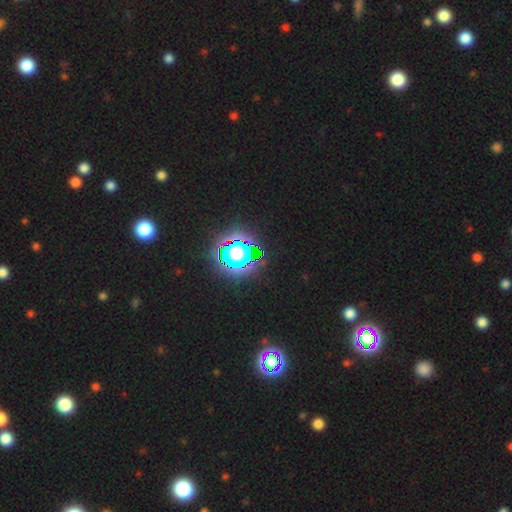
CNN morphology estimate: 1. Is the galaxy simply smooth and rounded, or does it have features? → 83% star or artifact, 11% smooth, 6% featured or disk.